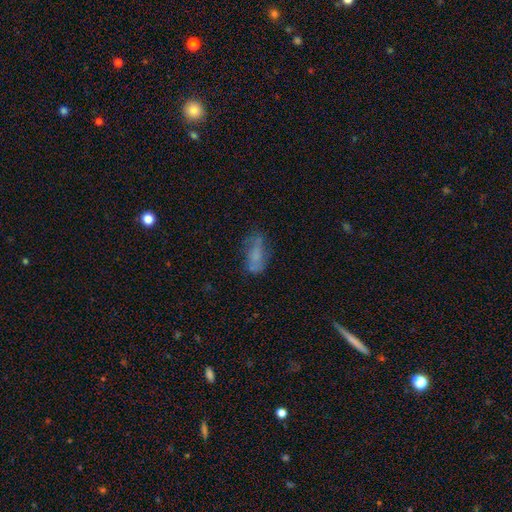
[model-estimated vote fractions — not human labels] This appears to be a smooth galaxy with no disk features (58%) that is in between round and cigar-shaped (74%). Merging: none (51%).